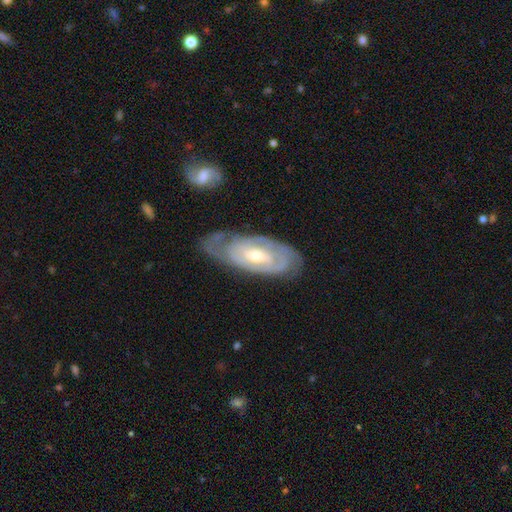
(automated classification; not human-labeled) Smooth or featured? featured or disk (81%)
Edge-on disk? no (92%)
Bar? no (50%)
Spiral arms? yes (86%)
Spiral winding? tight (73%)
Spiral arm count? can't tell (47%)
Bulge size? moderate (59%)
Merging? none (62%)